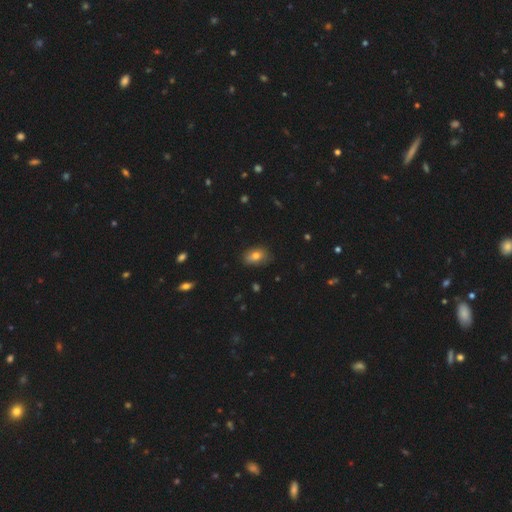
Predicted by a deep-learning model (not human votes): A smooth galaxy with no disk features (77%) that is in between round and cigar-shaped (79%). Merging: none (76%).